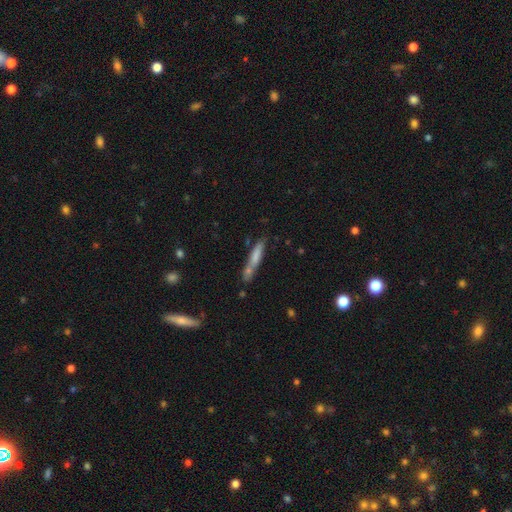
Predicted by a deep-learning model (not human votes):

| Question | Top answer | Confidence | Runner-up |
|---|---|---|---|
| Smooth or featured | smooth | 71% | featured or disk (22%) |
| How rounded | cigar-shaped | 87% | in between (12%) |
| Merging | none | 52% | merger (25%) |